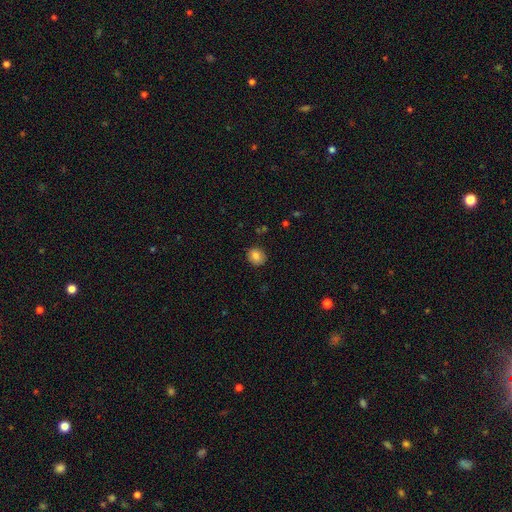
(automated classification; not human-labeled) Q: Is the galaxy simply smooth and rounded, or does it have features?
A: smooth — 83%.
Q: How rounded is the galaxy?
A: round — 70%.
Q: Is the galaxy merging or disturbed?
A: none — 87%.